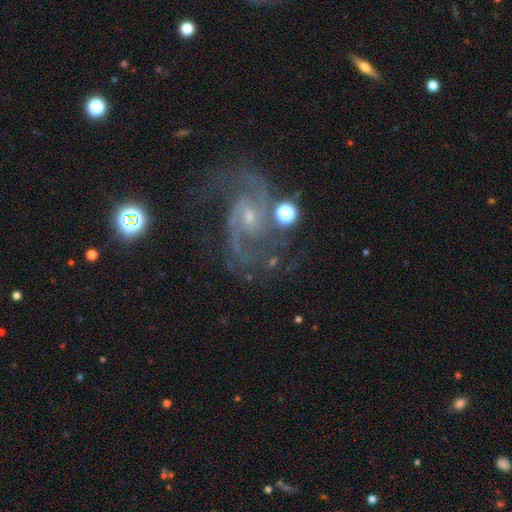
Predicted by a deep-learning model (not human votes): Overall: featured or disk (87%). Edge-on disk: no (98%). Bar: weak (45%; no 43%). Spiral arms: yes (97%). Spiral arm count: 2 (78%). Spiral winding: medium (55%; loose 26%). Bulge size: small (70%). Merging: none (62%).